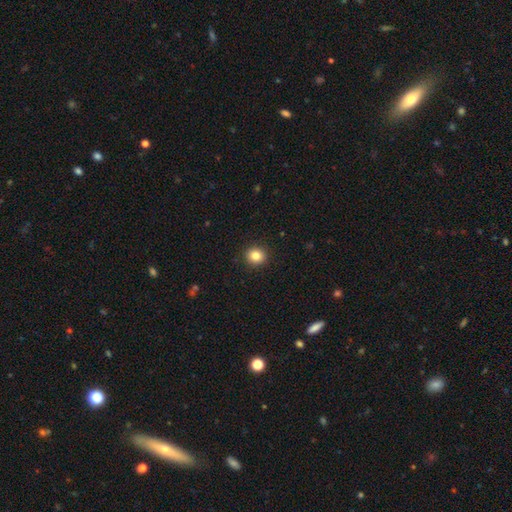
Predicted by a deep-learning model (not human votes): This appears to be a smooth galaxy with no disk features (84%) that is round (86%). Merging: none (92%).